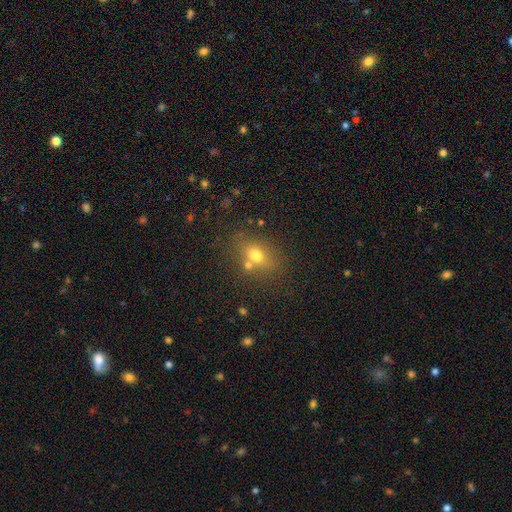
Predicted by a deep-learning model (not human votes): Overall: smooth (71%). How rounded: in between (62%; round 36%). Merging: none (62%).